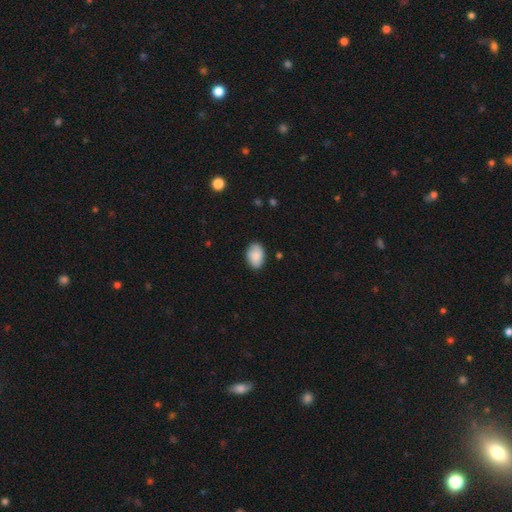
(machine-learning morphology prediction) smooth 84%, featured or disk 9%, star or artifact 7%. Down the decision tree: how rounded — in between (85%); merging — none (82%).